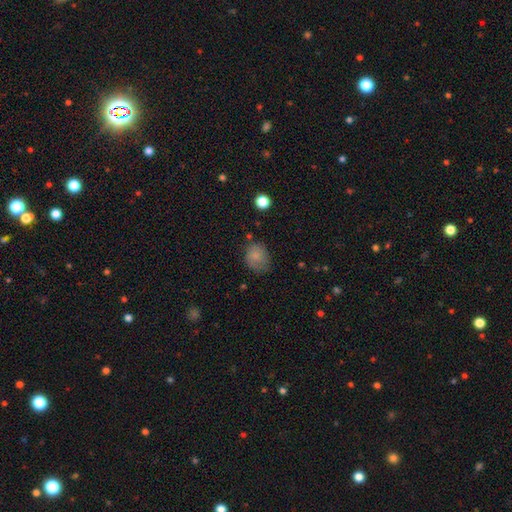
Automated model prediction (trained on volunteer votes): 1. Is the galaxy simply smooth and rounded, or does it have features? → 78% smooth, 12% featured or disk, 10% star or artifact.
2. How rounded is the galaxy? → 61% round, 38% in between, 1% cigar-shaped.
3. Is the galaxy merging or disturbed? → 55% none, 31% minor disturbance, 11% major disturbance, 3% merger.